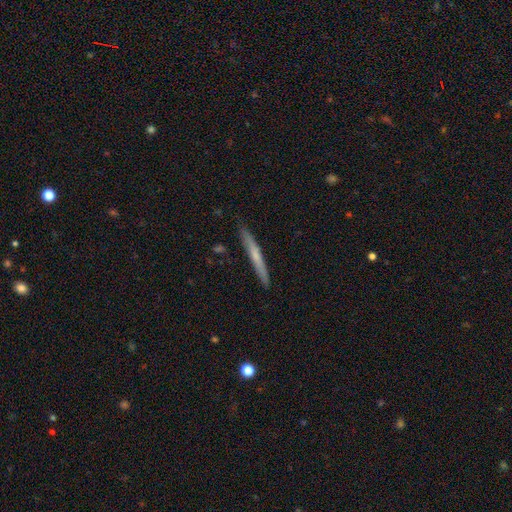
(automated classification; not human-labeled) Overall: smooth (52%; featured or disk 42%). How rounded: cigar-shaped (97%). Merging: none (89%).